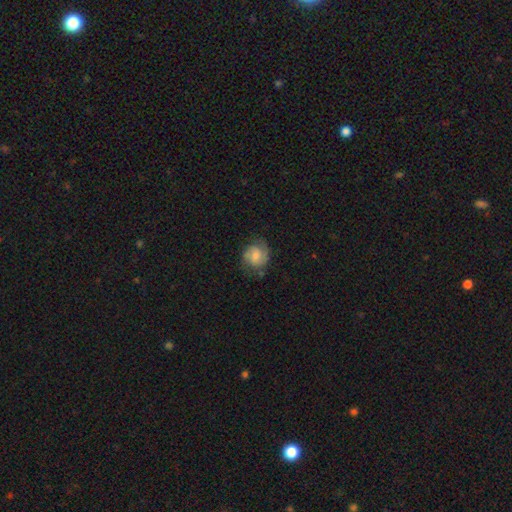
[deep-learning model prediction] smooth_or_featured: smooth (p=0.47) [alt: featured or disk p=0.45]
merging: none (p=0.64) [alt: minor disturbance p=0.23]